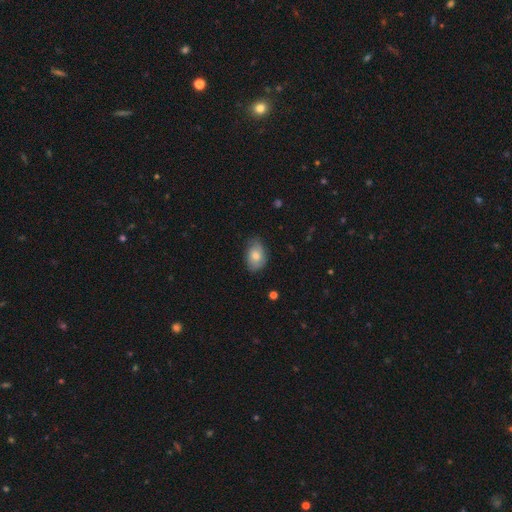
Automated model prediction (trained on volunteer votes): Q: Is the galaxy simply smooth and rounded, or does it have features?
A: smooth — 73%.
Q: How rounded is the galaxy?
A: in between — 84%.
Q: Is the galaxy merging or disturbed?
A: none — 71%.